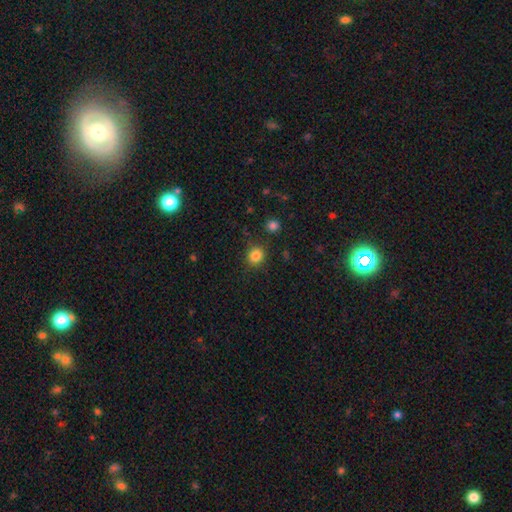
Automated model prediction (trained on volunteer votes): Smooth or featured? Predicted: smooth (p=0.83). How rounded? Predicted: round (p=0.84). Merging? Predicted: none (p=0.86).